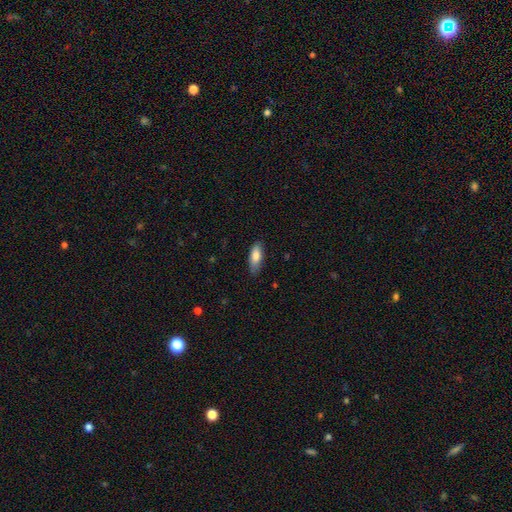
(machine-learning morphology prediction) This is clearly a smooth galaxy (82%). How rounded: likely in between (71%). Merging: likely none (80%).